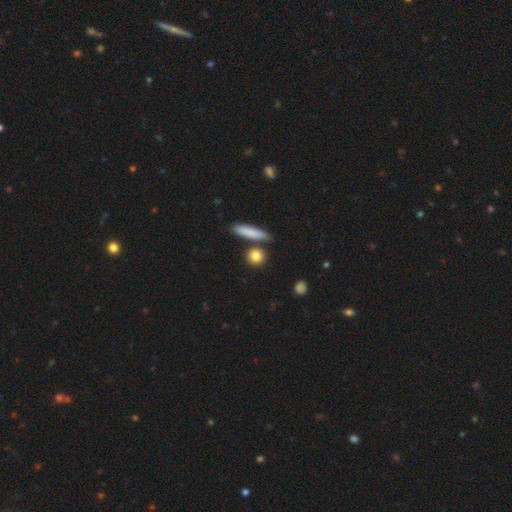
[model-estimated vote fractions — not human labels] The model was most divided on "how rounded": round: 71%, in between: 17%, cigar-shaped: 13%. More confident: smooth or featured — smooth (84%); merging — none (78%).